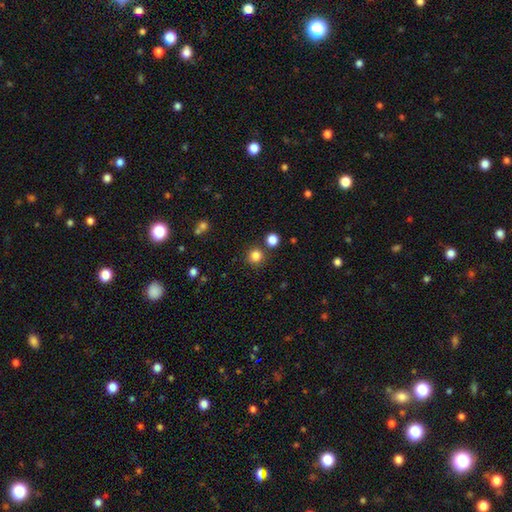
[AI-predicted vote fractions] smooth 83%, star or artifact 13%, featured or disk 4%. Down the decision tree: how rounded — round (94%); merging — none (84%).